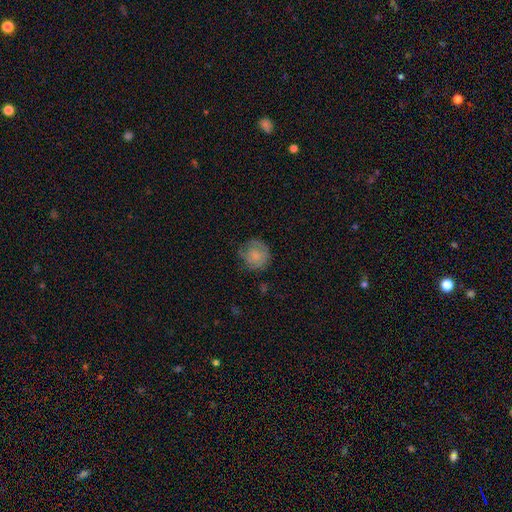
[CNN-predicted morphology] Smooth or featured? smooth (61%)
How rounded? round (86%)
Merging? none (60%)